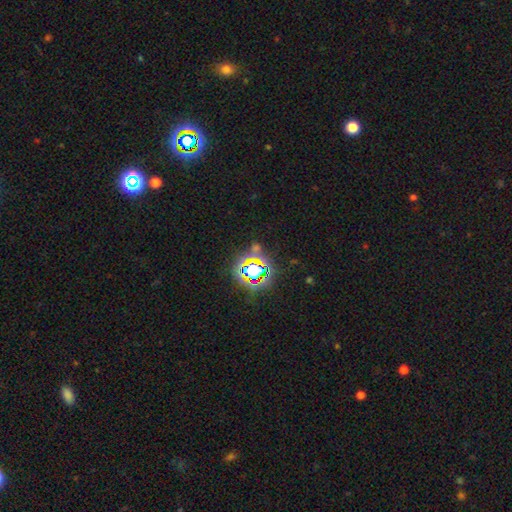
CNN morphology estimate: Smooth or featured?
  - star or artifact: 76% *
  - smooth: 15%
  - featured or disk: 9%